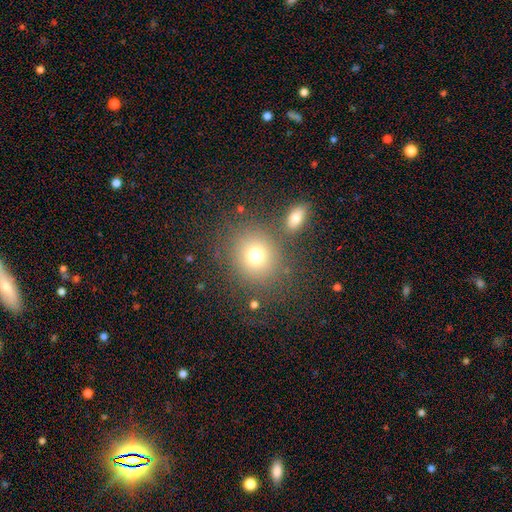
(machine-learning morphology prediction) A smooth galaxy with no disk features (74%) that is round (76%). Merging: none (74%).